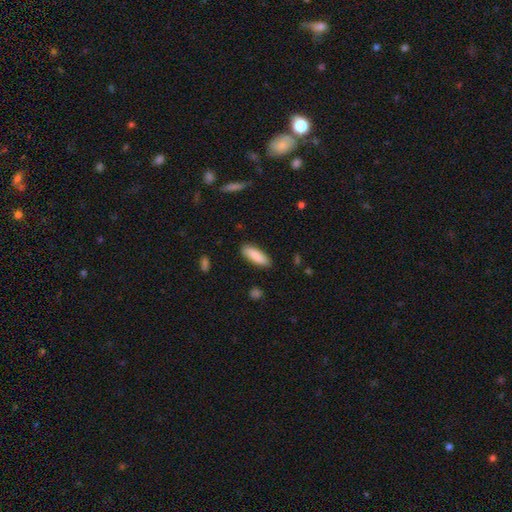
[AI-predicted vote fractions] Smooth or featured?
  - smooth: 87% *
  - featured or disk: 7%
  - star or artifact: 6%
How rounded?
  - in between: 59% *
  - cigar-shaped: 40%
  - round: 2%
Merging?
  - none: 87% *
  - minor disturbance: 10%
  - major disturbance: 2%
  - merger: 1%